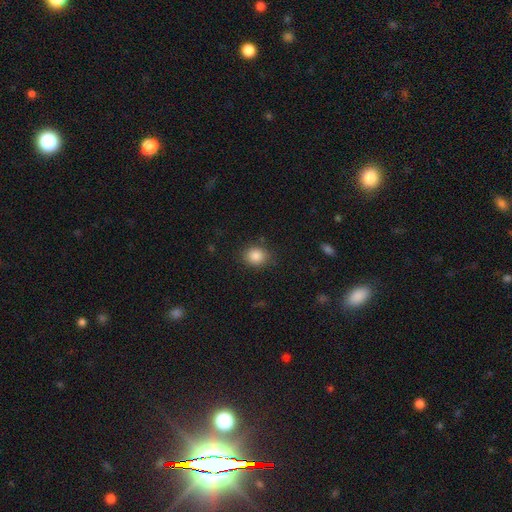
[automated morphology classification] Smooth or featured? smooth (86%)
How rounded? round (64%)
Merging? none (83%)